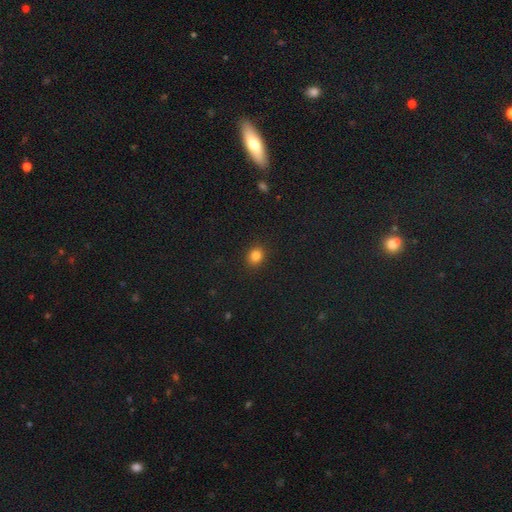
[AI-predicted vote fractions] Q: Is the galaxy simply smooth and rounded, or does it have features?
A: smooth — 84%.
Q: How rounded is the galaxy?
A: round — 67%.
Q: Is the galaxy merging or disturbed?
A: none — 90%.